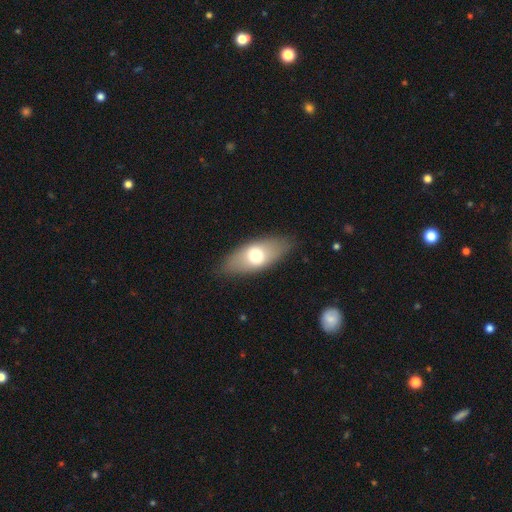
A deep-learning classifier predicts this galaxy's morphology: smooth-or-featured: smooth: 66% | featured or disk: 27% | star or artifact: 7%
  how-rounded: in between: 84% | cigar-shaped: 12% | round: 5%
  merging: none: 84% | minor disturbance: 11% | major disturbance: 3% | merger: 1%